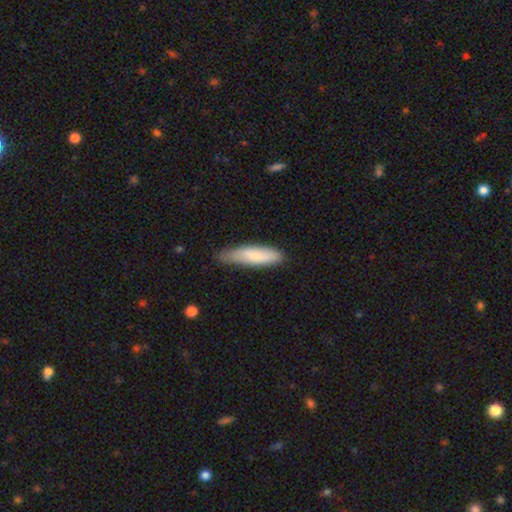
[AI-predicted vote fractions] Smooth or featured?
  - smooth: 81% *
  - featured or disk: 14%
  - star or artifact: 5%
How rounded?
  - cigar-shaped: 66% *
  - in between: 32%
  - round: 2%
Merging?
  - none: 64% *
  - minor disturbance: 30%
  - major disturbance: 5%
  - merger: 2%